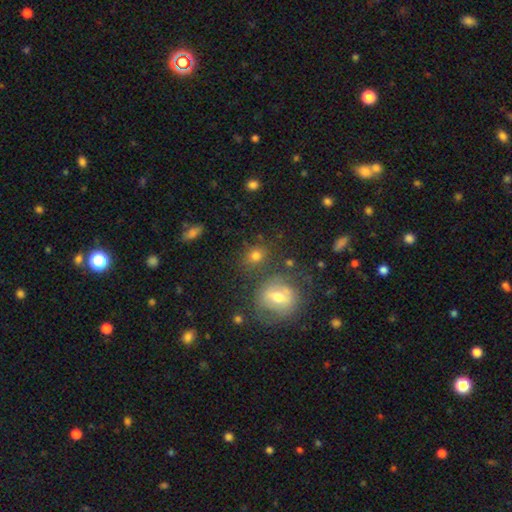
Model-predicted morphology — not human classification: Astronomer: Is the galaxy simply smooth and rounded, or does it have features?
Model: smooth — 71%.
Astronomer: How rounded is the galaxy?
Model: round — 70%.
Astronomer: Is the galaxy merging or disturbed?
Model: none — 69%.